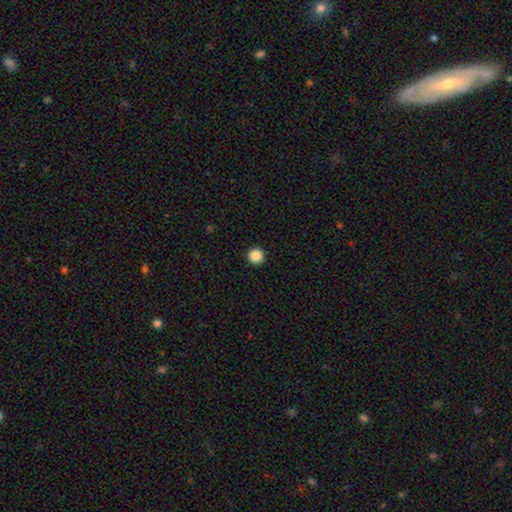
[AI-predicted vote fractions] A smooth galaxy with no disk features (87%) that is round (97%).

Vote fractions:
- Smooth or featured? smooth: 87% / star or artifact: 10% / featured or disk: 3%
- How rounded? round: 97% / in between: 2% / cigar-shaped: 1%
- Merging? none: 94% / minor disturbance: 4% / major disturbance: 1% / merger: 1%